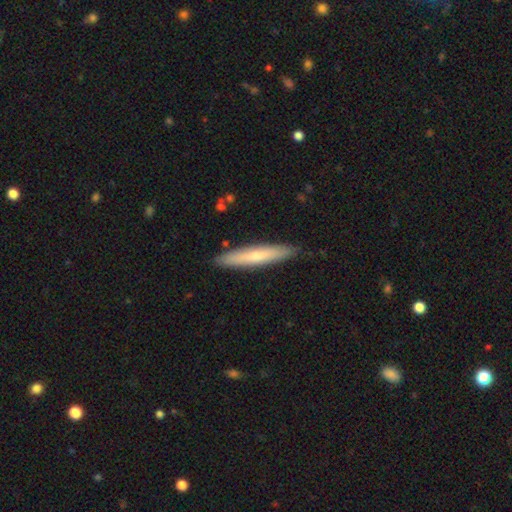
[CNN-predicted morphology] Smooth or featured?
  - smooth: 62% *
  - featured or disk: 33%
  - star or artifact: 5%
How rounded?
  - cigar-shaped: 93% *
  - in between: 6%
  - round: 1%
Merging?
  - none: 89% *
  - minor disturbance: 9%
  - major disturbance: 1%
  - merger: 1%